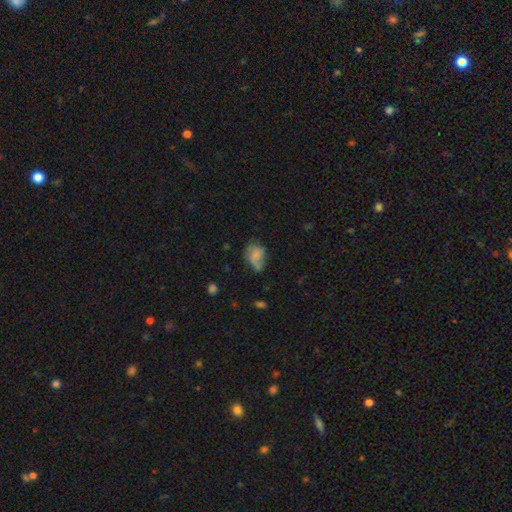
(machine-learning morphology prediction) Smooth or featured? Predicted: smooth (p=0.67). How rounded? Predicted: in between (p=0.73). Merging? Predicted: none (p=0.35).